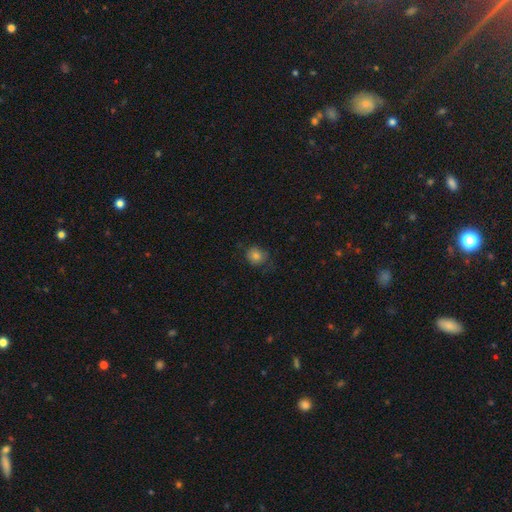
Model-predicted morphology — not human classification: Smooth or featured?
  - smooth: 81% *
  - star or artifact: 11%
  - featured or disk: 8%
How rounded?
  - round: 77% *
  - in between: 22%
  - cigar-shaped: 1%
Merging?
  - none: 71% *
  - minor disturbance: 21%
  - major disturbance: 6%
  - merger: 1%